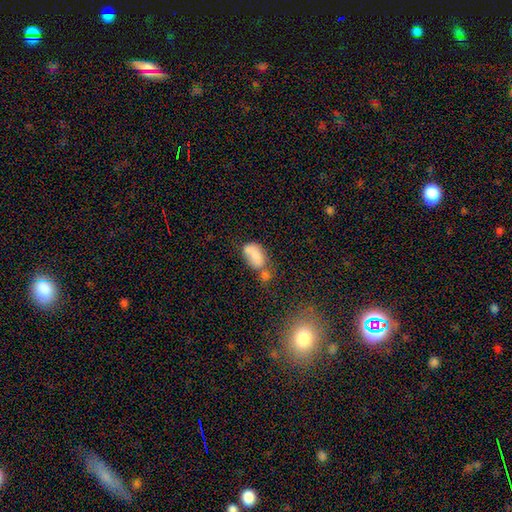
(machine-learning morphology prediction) Smooth or featured: smooth — 74% (featured or disk — 17%)
How rounded: in between — 90% (round — 8%)
Merging: merger — 41% (none — 27%)